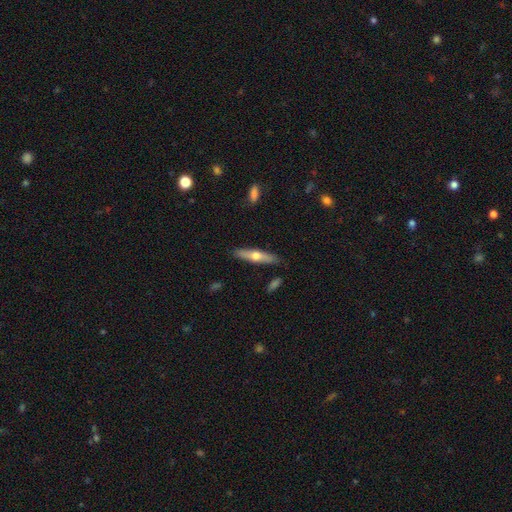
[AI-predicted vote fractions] This is possibly a featured or disk galaxy (48%). Merging: clearly none (87%).